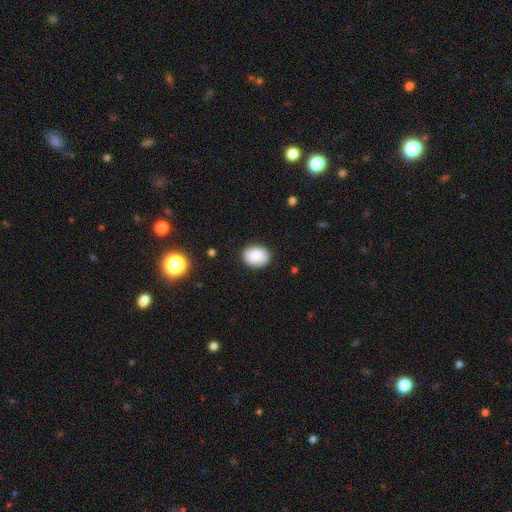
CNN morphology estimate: This is clearly a smooth galaxy (86%). How rounded: likely in between (60%). Merging: clearly none (84%).